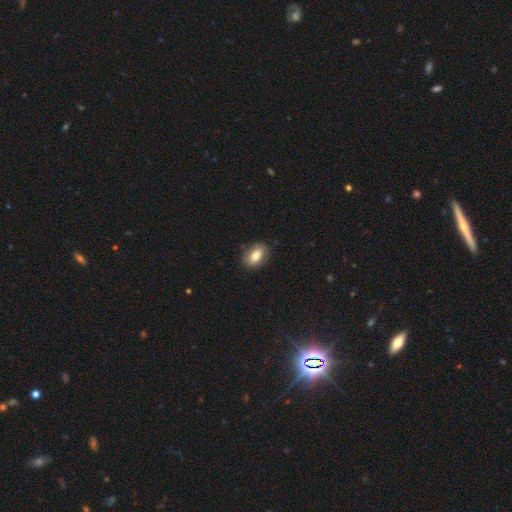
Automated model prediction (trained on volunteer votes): Smooth or featured: smooth — 80% (featured or disk — 12%)
How rounded: in between — 87% (round — 11%)
Merging: none — 84% (minor disturbance — 13%)